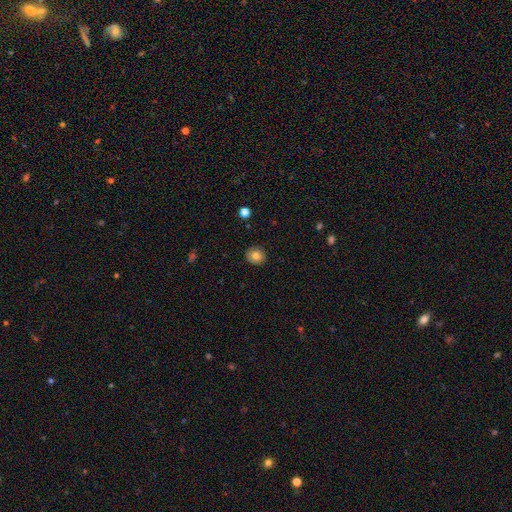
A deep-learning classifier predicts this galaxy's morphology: Overall: smooth (81%). How rounded: round (82%). Merging: none (89%).